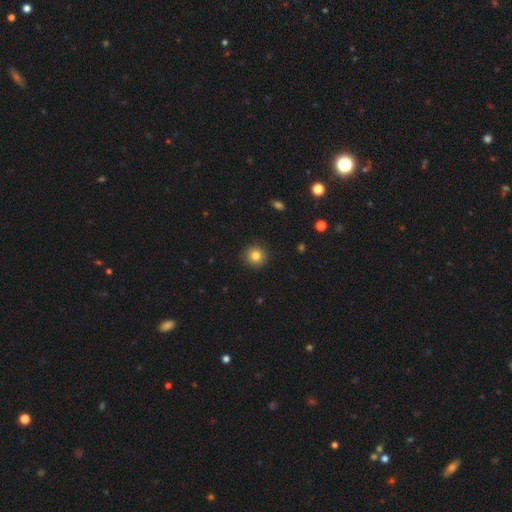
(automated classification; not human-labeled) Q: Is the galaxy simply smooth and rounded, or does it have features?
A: smooth — 82%.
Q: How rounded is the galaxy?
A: round — 93%.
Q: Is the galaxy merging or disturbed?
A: none — 91%.